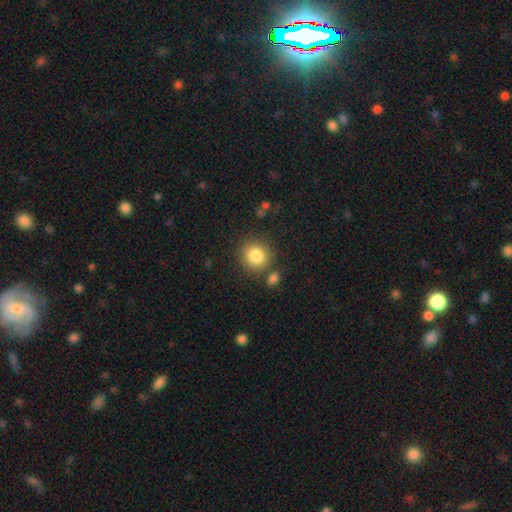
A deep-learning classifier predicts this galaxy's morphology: Smooth or featured? smooth (85%)
How rounded? round (87%)
Merging? none (79%)